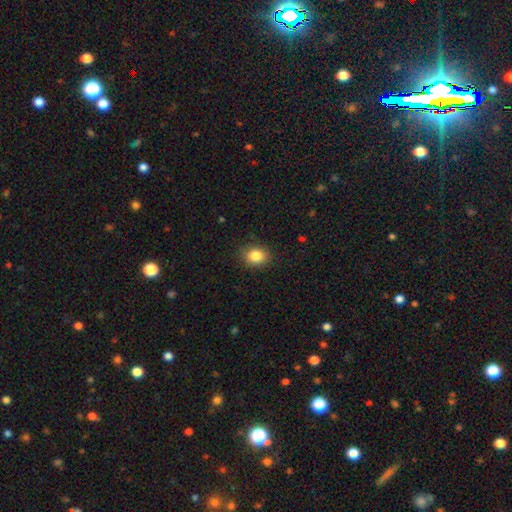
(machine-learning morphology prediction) Smooth or featured: smooth — 84% (star or artifact — 9%)
How rounded: round — 51% (in between — 48%)
Merging: none — 86% (minor disturbance — 10%)